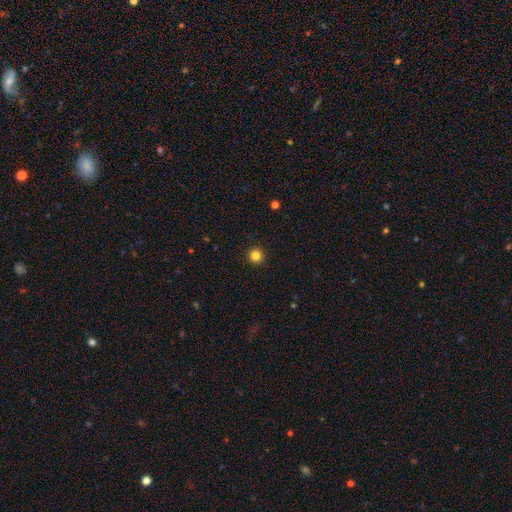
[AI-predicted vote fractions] This appears to be a smooth galaxy with no disk features (84%) that is round (95%). Merging: none (94%).